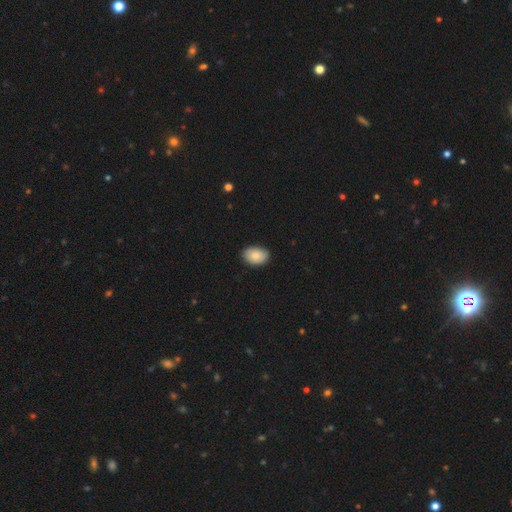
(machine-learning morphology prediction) The model was most divided on "how rounded": in between: 87%, round: 12%, cigar-shaped: 1%. More confident: merging — none (86%); smooth or featured — smooth (86%).